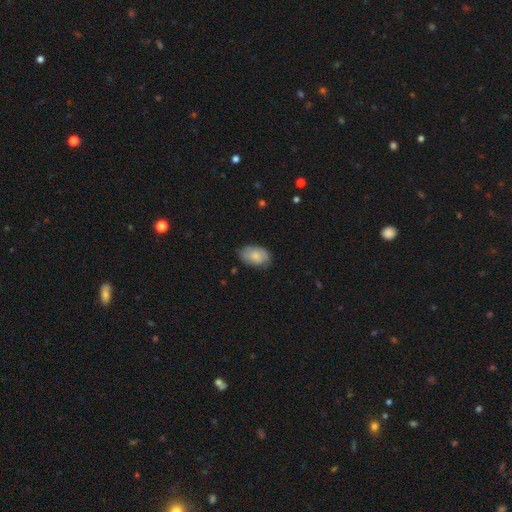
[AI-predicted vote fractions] This is likely a smooth galaxy (71%). How rounded: clearly in between (87%). Merging: likely none (73%).